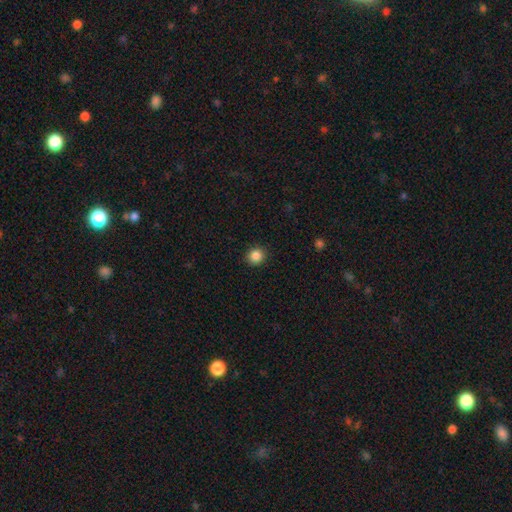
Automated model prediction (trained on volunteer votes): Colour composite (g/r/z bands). It shows a smooth galaxy with no disk features (86%) that is round (89%). Merging: none (91%).